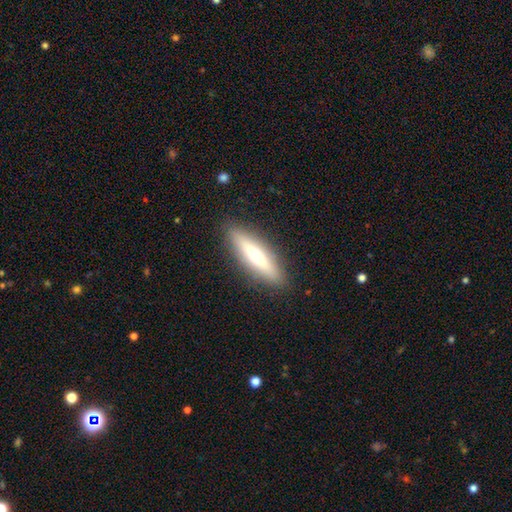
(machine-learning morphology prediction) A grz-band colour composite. It shows a smooth galaxy with no disk features (60%) that is cigar-shaped (80%). Merging: none (89%).